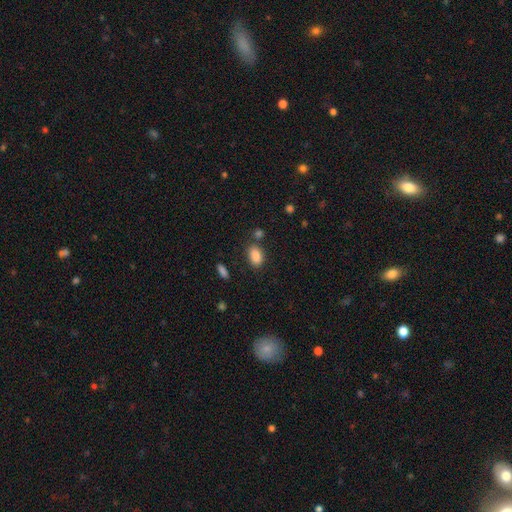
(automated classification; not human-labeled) Smooth or featured? Predicted: smooth (p=0.87). How rounded? Predicted: in between (p=0.87). Merging? Predicted: none (p=0.75).